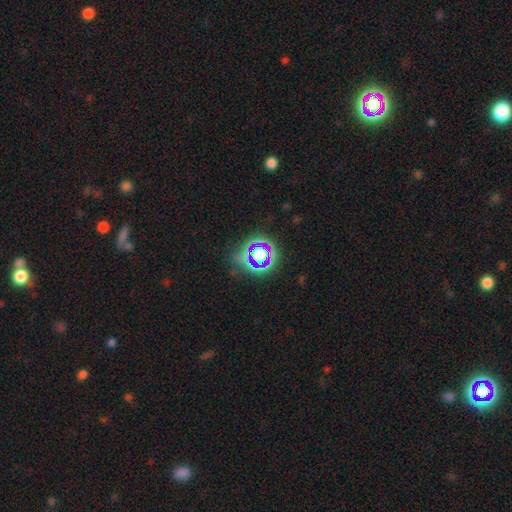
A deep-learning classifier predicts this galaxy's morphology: Smooth or featured? Predicted: star or artifact (p=0.57).